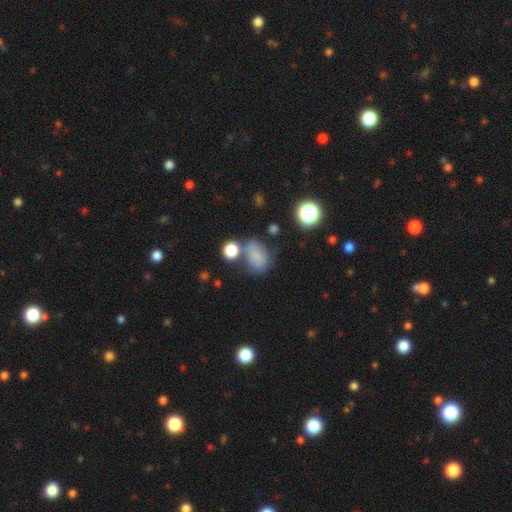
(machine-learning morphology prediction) This appears to be a smooth galaxy with no disk features (69%) that is in between round and cigar-shaped (72%). Merging: none (50%).